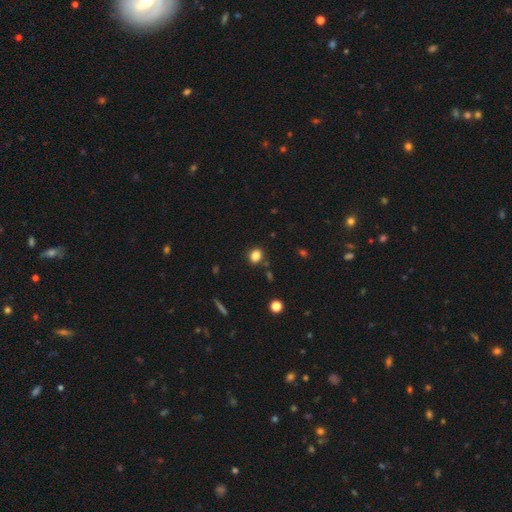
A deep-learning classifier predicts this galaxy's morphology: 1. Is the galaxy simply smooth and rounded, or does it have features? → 84% smooth, 11% star or artifact, 5% featured or disk.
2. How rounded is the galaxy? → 61% round, 38% in between, 1% cigar-shaped.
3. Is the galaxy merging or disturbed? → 85% none, 9% minor disturbance, 4% merger, 2% major disturbance.